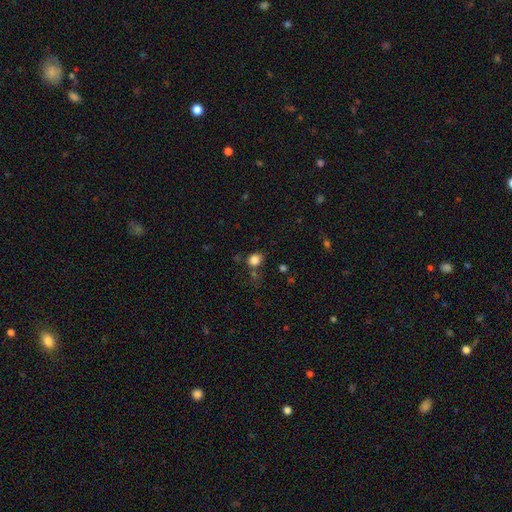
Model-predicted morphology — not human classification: This is possibly a smooth galaxy (49%). Merging: likely none (64%).